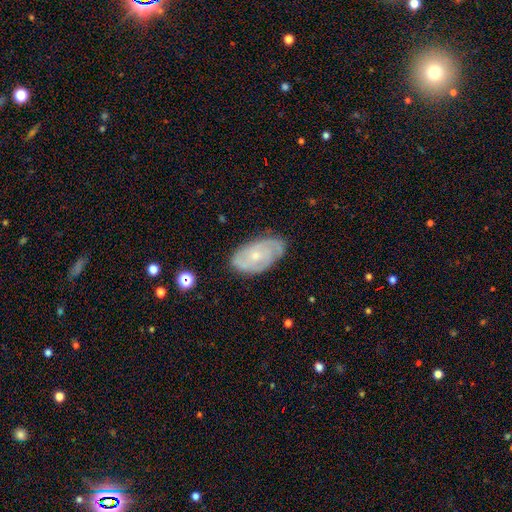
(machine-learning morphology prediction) Smooth or featured? featured or disk (72%)
Edge-on disk? no (95%)
Bar? no (74%)
Spiral arms? yes (90%)
Spiral winding? tight (58%)
Spiral arm count? 2 (35%)
Bulge size? small (67%)
Merging? none (75%)